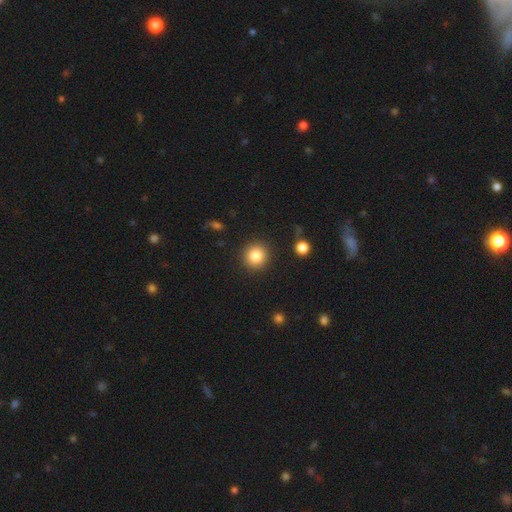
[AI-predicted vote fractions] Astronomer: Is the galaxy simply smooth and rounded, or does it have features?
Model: smooth — 84%.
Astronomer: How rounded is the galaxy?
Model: round — 92%.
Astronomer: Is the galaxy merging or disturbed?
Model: none — 90%.